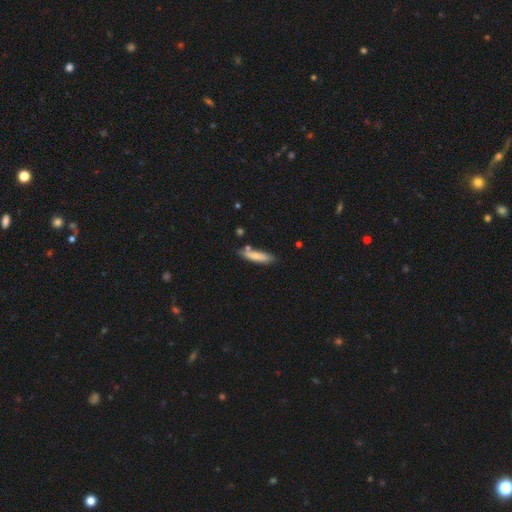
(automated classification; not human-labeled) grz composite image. It shows a smooth galaxy with no disk features (79%) that is cigar-shaped (75%). Merging: none (73%).